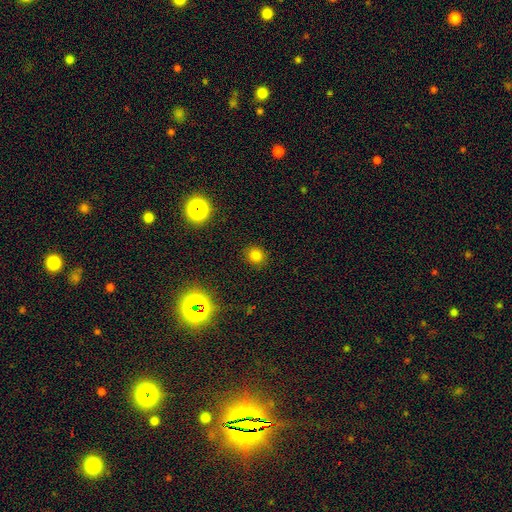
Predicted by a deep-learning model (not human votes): Smooth or featured: smooth — 77% (star or artifact — 18%)
How rounded: round — 85% (in between — 14%)
Merging: none — 89% (minor disturbance — 7%)